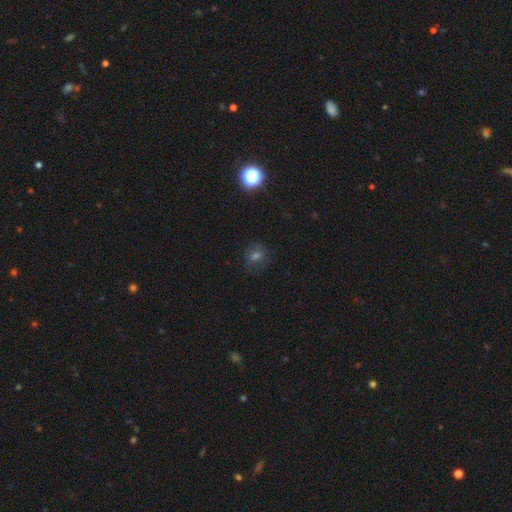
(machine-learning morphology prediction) Overall: smooth (59%; star or artifact 29%). How rounded: round (77%). Merging: none (79%).